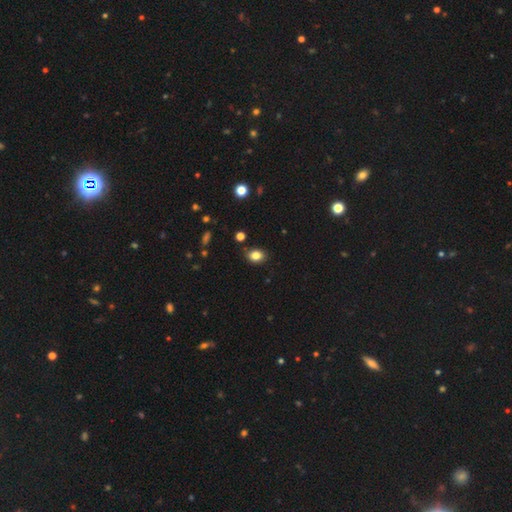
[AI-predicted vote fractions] This is clearly a smooth galaxy (83%). How rounded: likely in between (62%). Merging: clearly none (83%).